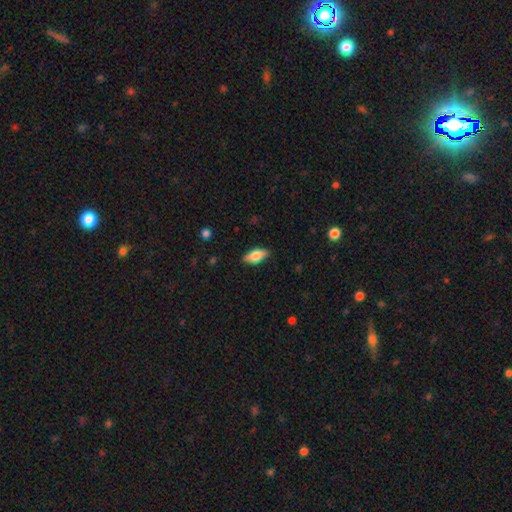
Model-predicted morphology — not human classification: Smooth or featured? smooth (74%)
How rounded? in between (85%)
Merging? none (87%)